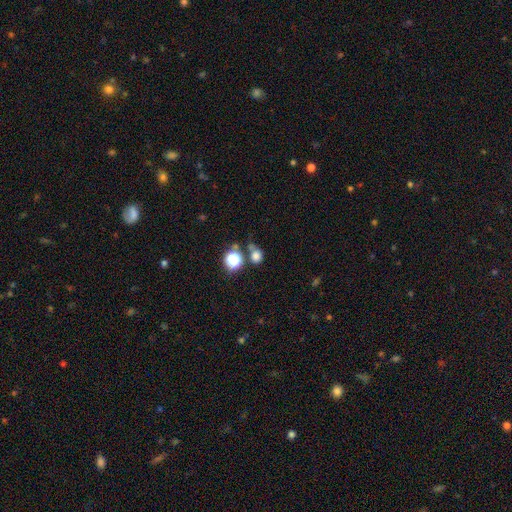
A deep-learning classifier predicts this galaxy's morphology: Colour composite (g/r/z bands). It shows a smooth galaxy with no disk features (75%) that is round (74%). Merging: none (58%).